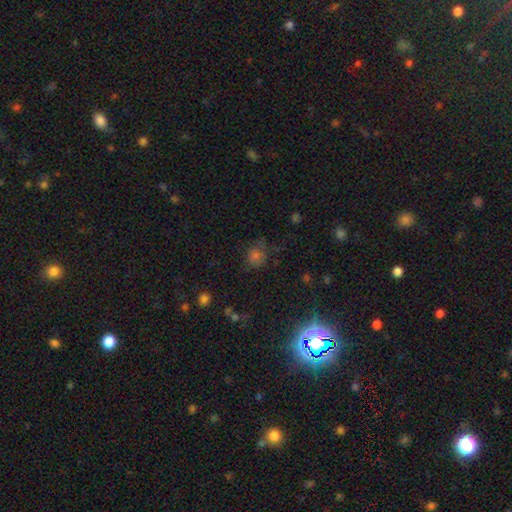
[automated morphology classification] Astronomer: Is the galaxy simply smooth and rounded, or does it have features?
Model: smooth — 56% (runner-up: star or artifact, 33%).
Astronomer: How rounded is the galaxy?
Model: round — 77%.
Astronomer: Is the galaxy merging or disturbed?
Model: none — 68%.